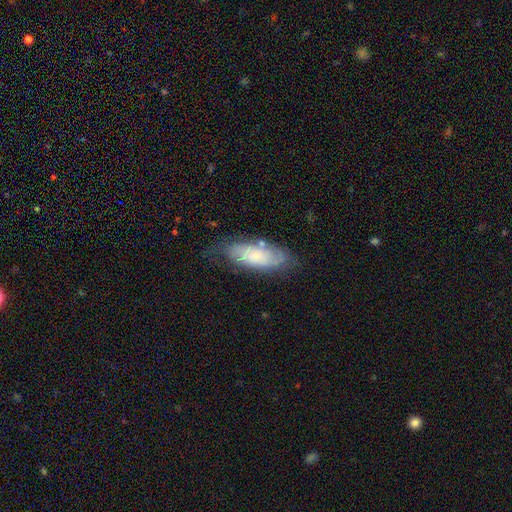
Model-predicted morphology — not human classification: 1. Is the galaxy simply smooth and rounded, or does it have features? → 48% smooth, 44% featured or disk, 8% star or artifact.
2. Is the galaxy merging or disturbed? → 60% none, 27% minor disturbance, 10% major disturbance, 3% merger.